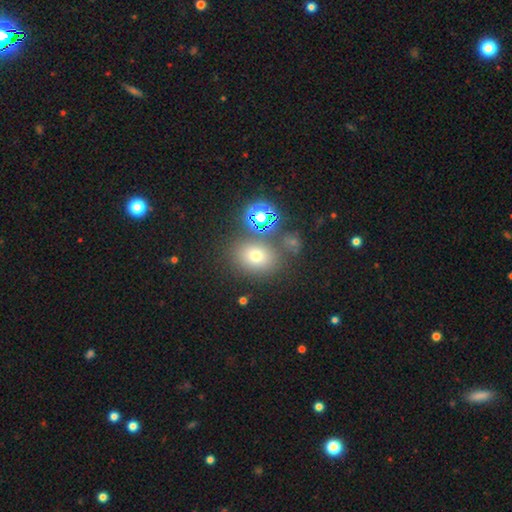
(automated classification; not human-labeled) Smooth or featured?
  - smooth: 65% *
  - star or artifact: 23%
  - featured or disk: 12%
How rounded?
  - round: 51% *
  - in between: 48%
  - cigar-shaped: 1%
Merging?
  - none: 74% *
  - minor disturbance: 11%
  - merger: 10%
  - major disturbance: 5%